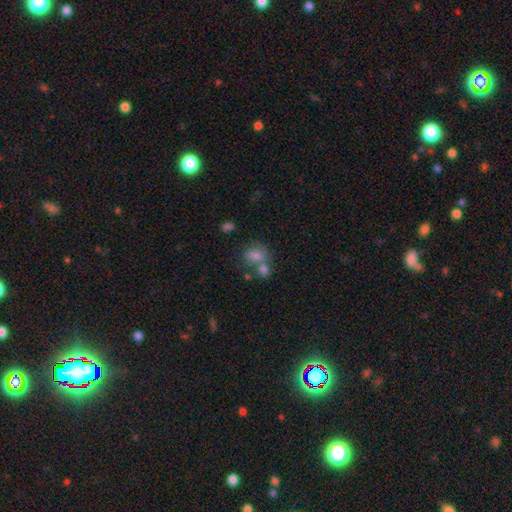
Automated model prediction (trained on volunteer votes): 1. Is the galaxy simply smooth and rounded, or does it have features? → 71% smooth, 16% star or artifact, 13% featured or disk.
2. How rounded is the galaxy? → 54% in between, 44% round, 2% cigar-shaped.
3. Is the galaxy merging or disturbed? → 44% none, 39% merger, 12% minor disturbance, 6% major disturbance.